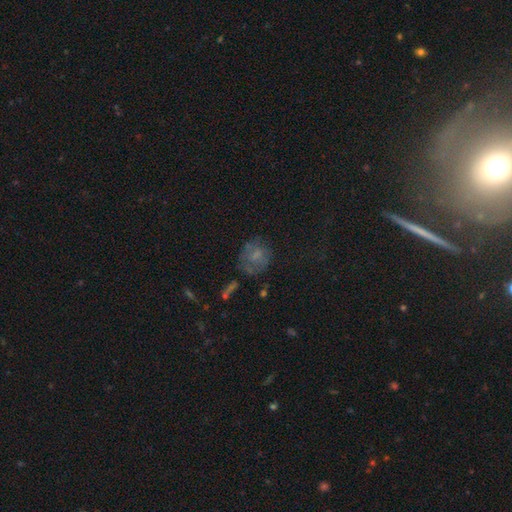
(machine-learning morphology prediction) smooth 54%, featured or disk 30%, star or artifact 16%. Down the decision tree: how rounded — round (70%); merging — none (56%).